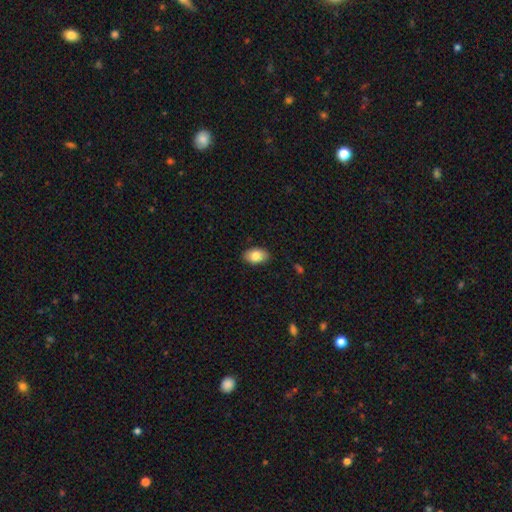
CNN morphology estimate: Smooth or featured? smooth (82%)
How rounded? in between (91%)
Merging? none (87%)